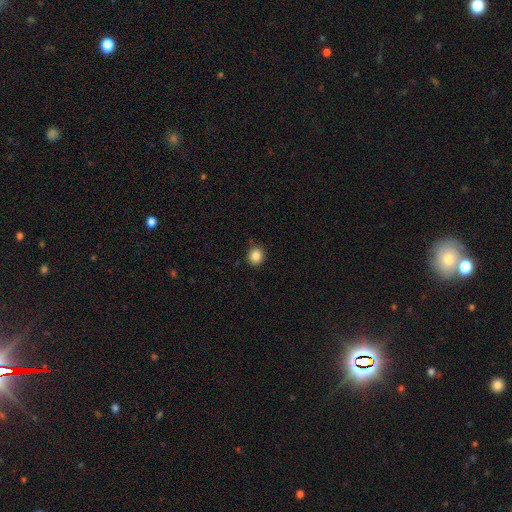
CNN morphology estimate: Smooth or featured? Predicted: smooth (p=0.85). How rounded? Predicted: round (p=0.82). Merging? Predicted: none (p=0.87).